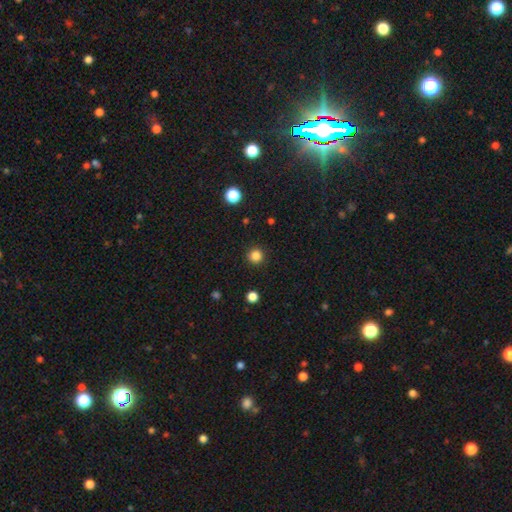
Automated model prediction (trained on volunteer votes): A smooth galaxy with no disk features (84%) that is round (95%).

Vote fractions:
- Smooth or featured? smooth: 84% / star or artifact: 12% / featured or disk: 3%
- How rounded? round: 95% / in between: 4% / cigar-shaped: 1%
- Merging? none: 92% / minor disturbance: 5% / major disturbance: 2% / merger: 1%